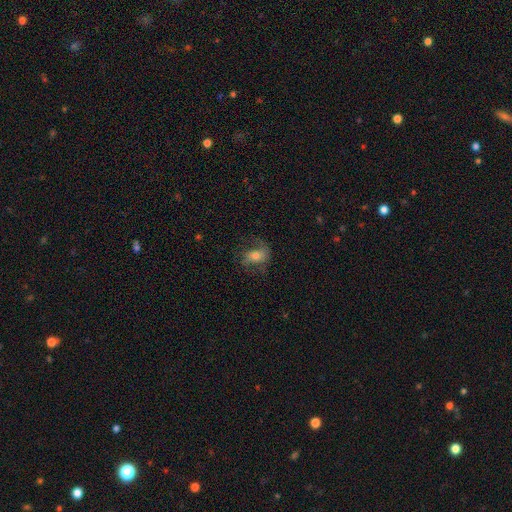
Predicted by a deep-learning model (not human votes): Smooth or featured? Predicted: featured or disk (p=0.51). Edge-on disk? Predicted: no (p=0.95). Merging? Predicted: none (p=0.61).